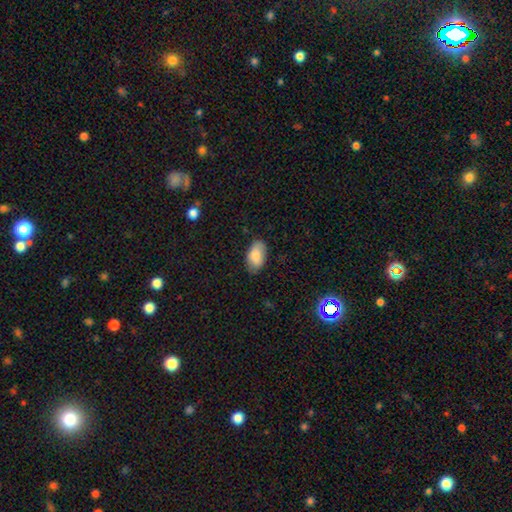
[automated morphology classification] Overall: smooth (84%). How rounded: in between (94%). Merging: none (78%).